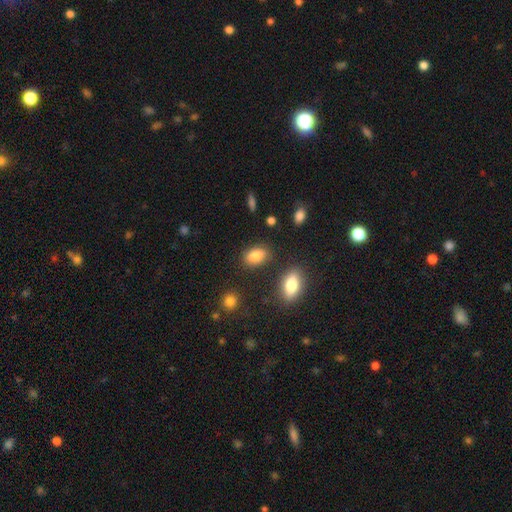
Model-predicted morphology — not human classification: smooth_or_featured: smooth (p=0.84) [alt: star or artifact p=0.09]
how_rounded: in between (p=0.87) [alt: round p=0.10]
merging: none (p=0.80) [alt: minor disturbance p=0.12]